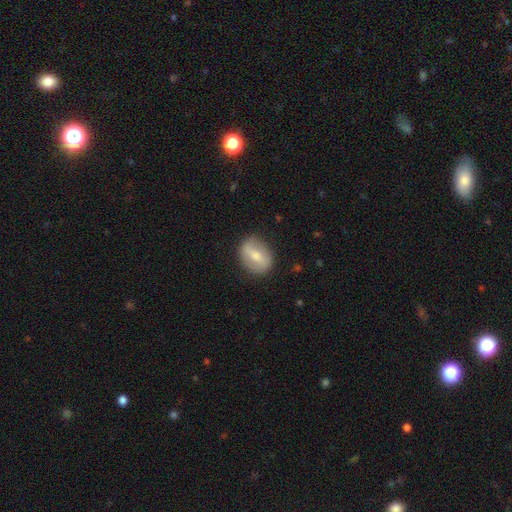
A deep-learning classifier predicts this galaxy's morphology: This is possibly a smooth galaxy (54%). How rounded: possibly in between (55%). Merging: clearly none (83%).